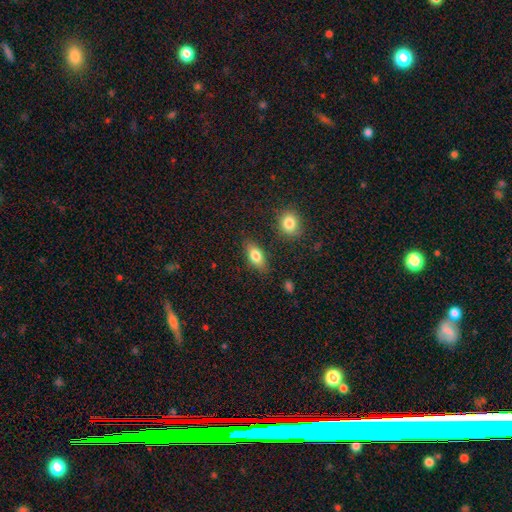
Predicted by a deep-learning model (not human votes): smooth-or-featured: smooth: 80% | featured or disk: 13% | star or artifact: 8%
  how-rounded: in between: 84% | cigar-shaped: 10% | round: 6%
  merging: none: 83% | minor disturbance: 12% | major disturbance: 3% | merger: 3%